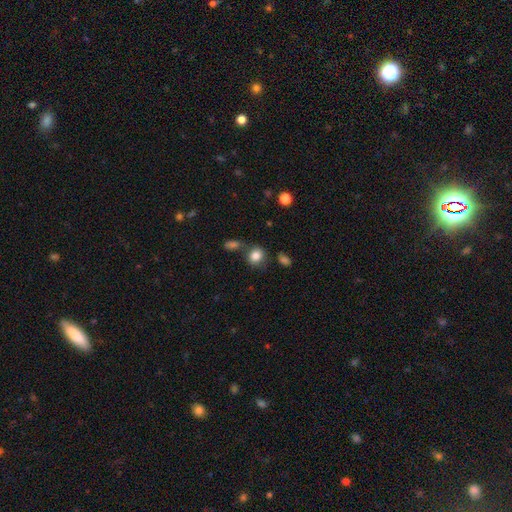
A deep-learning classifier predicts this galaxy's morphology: This is clearly a smooth galaxy (83%). How rounded: likely round (65%). Merging: likely none (68%).